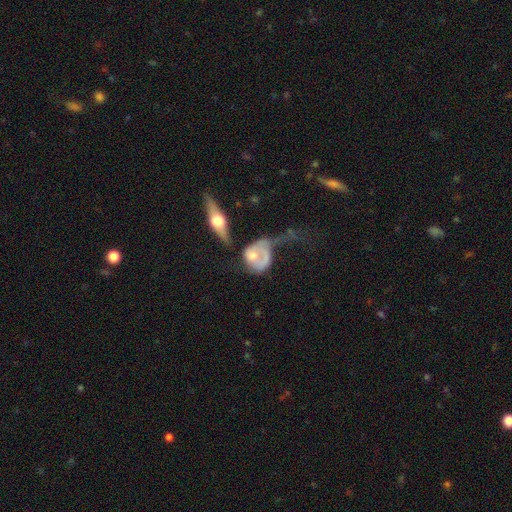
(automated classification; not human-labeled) The model was most divided on "smooth or featured": featured or disk: 47%, smooth: 46%, star or artifact: 6%. Remaining: merging — major disturbance (41%).